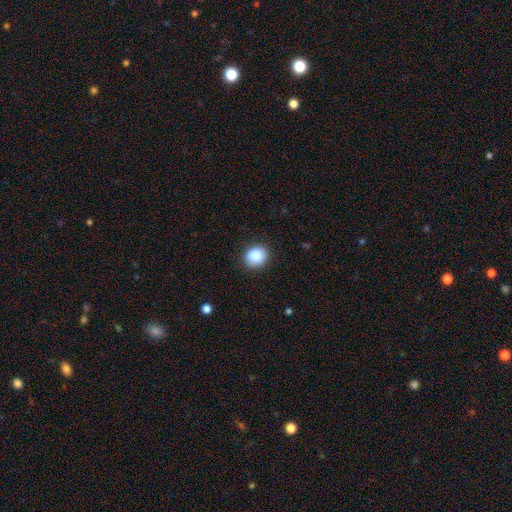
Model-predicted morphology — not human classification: Smooth or featured? smooth (88%)
How rounded? round (71%)
Merging? none (87%)